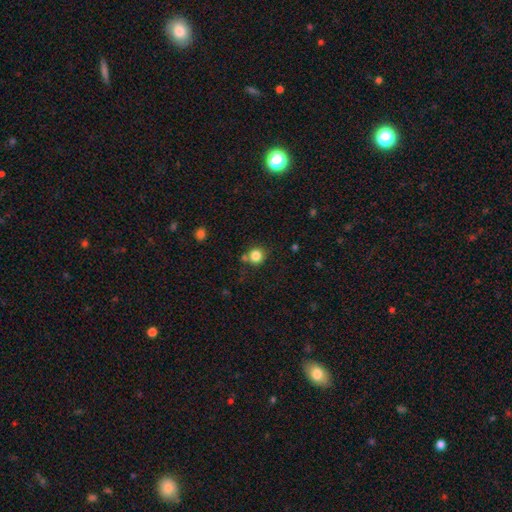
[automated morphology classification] Smooth or featured?
  - smooth: 83% *
  - star or artifact: 11%
  - featured or disk: 5%
How rounded?
  - round: 90% *
  - in between: 9%
  - cigar-shaped: 1%
Merging?
  - none: 69% *
  - merger: 14%
  - minor disturbance: 12%
  - major disturbance: 4%